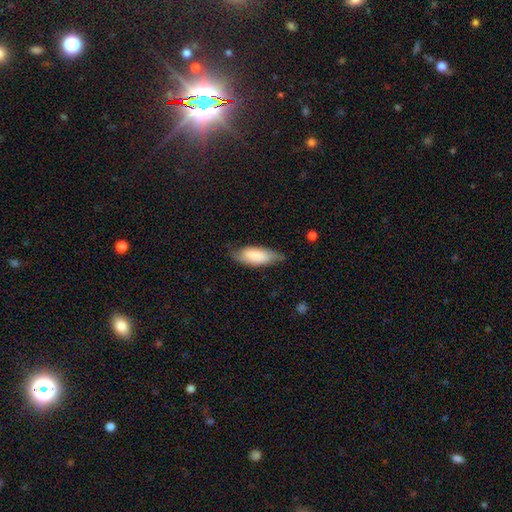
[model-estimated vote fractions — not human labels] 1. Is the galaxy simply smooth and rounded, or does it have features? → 75% smooth, 19% featured or disk, 6% star or artifact.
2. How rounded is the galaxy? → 75% in between, 23% cigar-shaped, 2% round.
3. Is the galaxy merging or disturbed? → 67% none, 26% minor disturbance, 6% major disturbance, 2% merger.